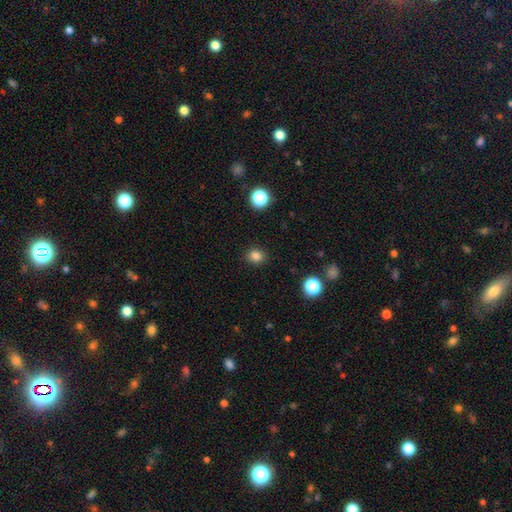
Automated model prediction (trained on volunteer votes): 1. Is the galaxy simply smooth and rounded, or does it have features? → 83% smooth, 13% star or artifact, 4% featured or disk.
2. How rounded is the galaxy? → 72% round, 27% in between, 1% cigar-shaped.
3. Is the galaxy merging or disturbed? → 89% none, 7% minor disturbance, 2% major disturbance, 1% merger.